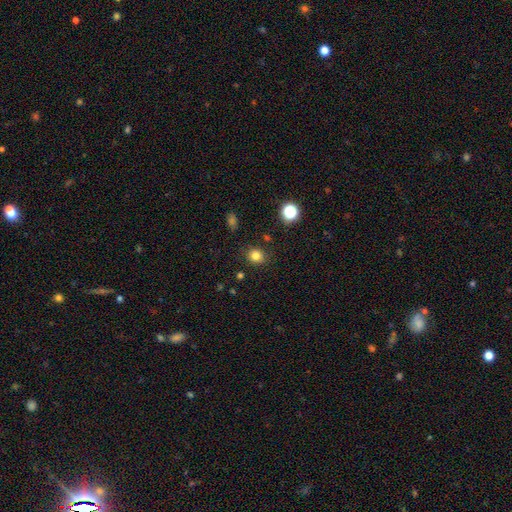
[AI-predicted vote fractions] The model was most divided on "how rounded": round: 79%, in between: 20%, cigar-shaped: 1%. More confident: merging — none (87%); smooth or featured — smooth (81%).